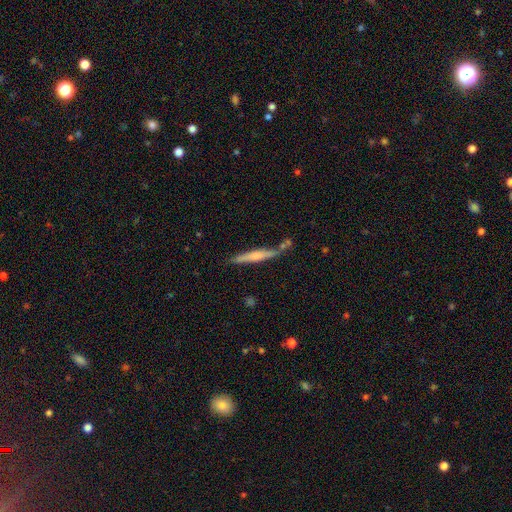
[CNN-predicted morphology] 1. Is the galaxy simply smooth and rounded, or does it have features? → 47% smooth (tied), 47% featured or disk (tied), 6% star or artifact.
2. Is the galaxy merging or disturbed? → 66% none, 18% minor disturbance, 11% merger, 5% major disturbance.